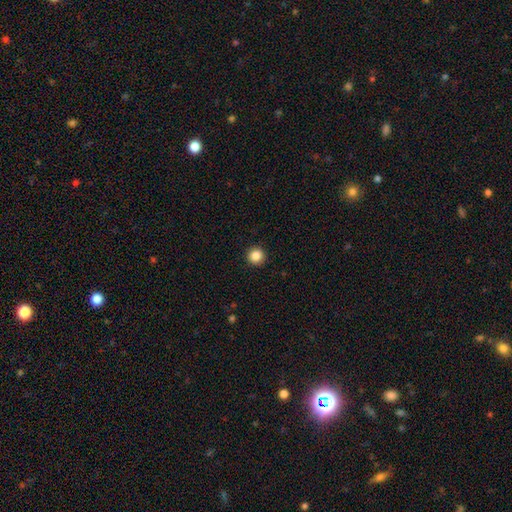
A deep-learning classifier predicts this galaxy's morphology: smooth 86%, star or artifact 10%, featured or disk 3%. Down the decision tree: how rounded — round (96%); merging — none (93%).